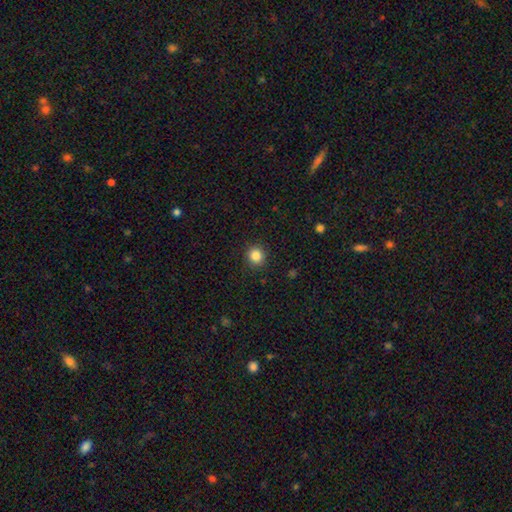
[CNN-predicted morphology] This appears to be a smooth galaxy with no disk features (85%) that is round (91%). Merging: none (90%).